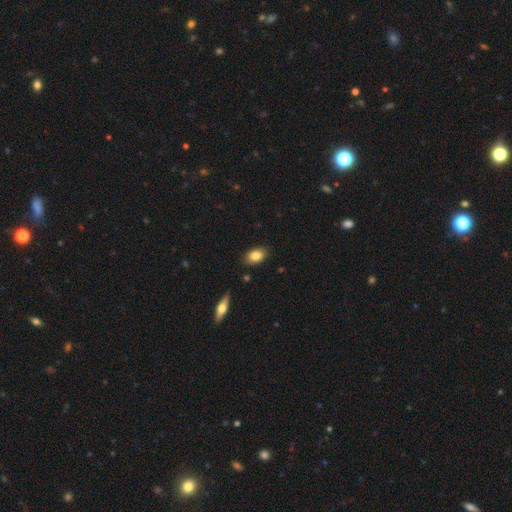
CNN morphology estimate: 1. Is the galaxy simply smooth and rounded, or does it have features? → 84% smooth, 9% featured or disk, 7% star or artifact.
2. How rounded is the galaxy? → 87% in between, 11% round, 2% cigar-shaped.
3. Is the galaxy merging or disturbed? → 87% none, 10% minor disturbance, 2% major disturbance, 1% merger.